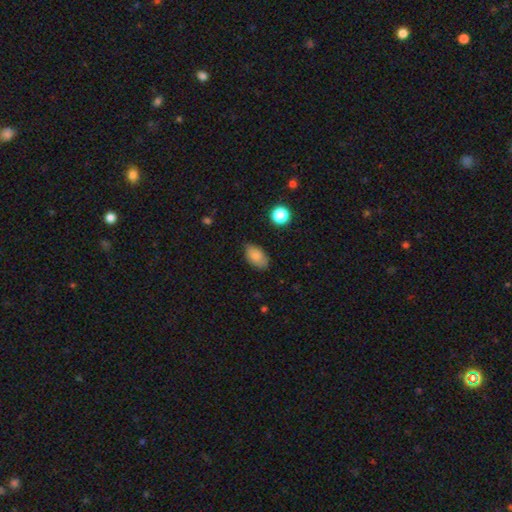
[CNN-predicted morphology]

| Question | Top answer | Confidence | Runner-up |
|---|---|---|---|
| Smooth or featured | smooth | 83% | star or artifact (8%) |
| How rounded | in between | 91% | round (7%) |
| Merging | none | 77% | minor disturbance (18%) |